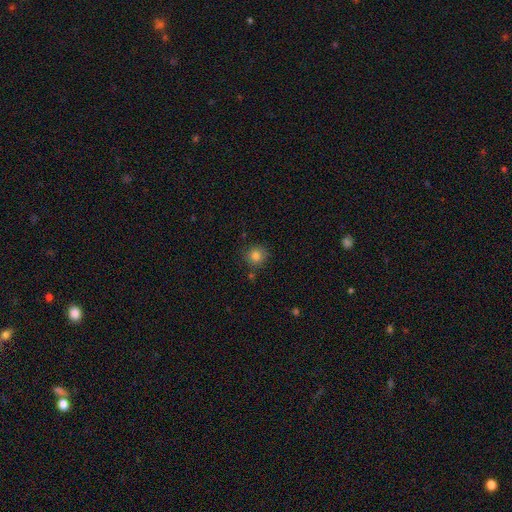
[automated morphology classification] Q: Smooth or featured?
A: smooth (83%); runner-up: star or artifact (12%)
Q: How rounded?
A: round (92%); runner-up: in between (7%)
Q: Merging?
A: none (84%); runner-up: minor disturbance (10%)